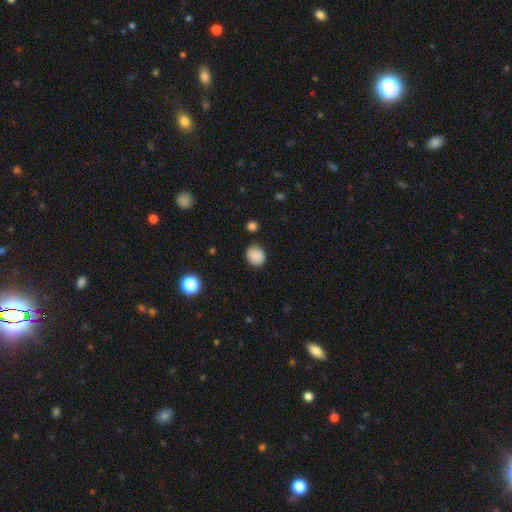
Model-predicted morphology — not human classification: Overall: smooth (87%). How rounded: round (77%). Merging: none (83%).